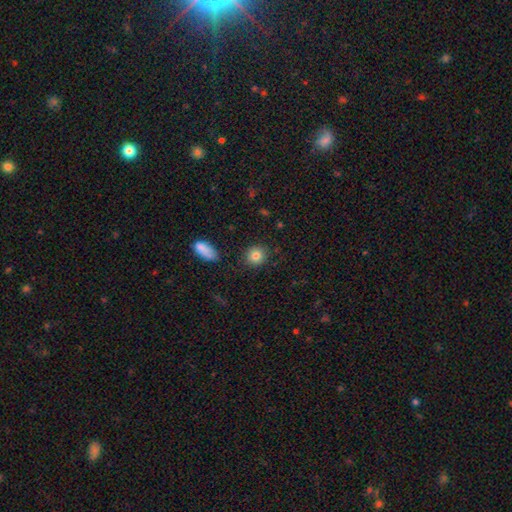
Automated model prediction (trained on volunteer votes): A smooth galaxy with no disk features (83%) that is round (85%).

Vote fractions:
- Smooth or featured? smooth: 83% / star or artifact: 10% / featured or disk: 7%
- How rounded? round: 85% / in between: 13% / cigar-shaped: 1%
- Merging? none: 86% / minor disturbance: 9% / major disturbance: 2% / merger: 2%